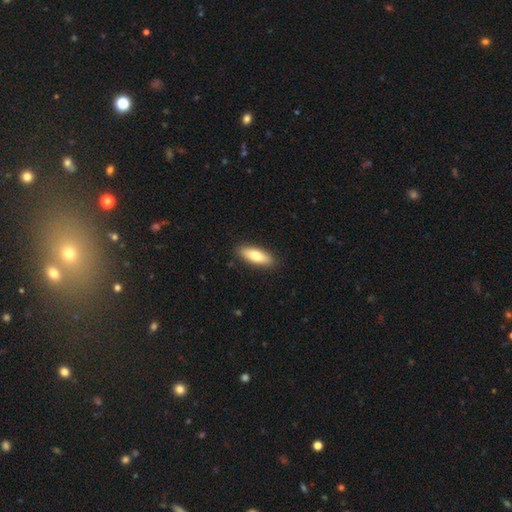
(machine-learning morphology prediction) type=smooth (75%); roundness=in between (65%); merging=none (88%).